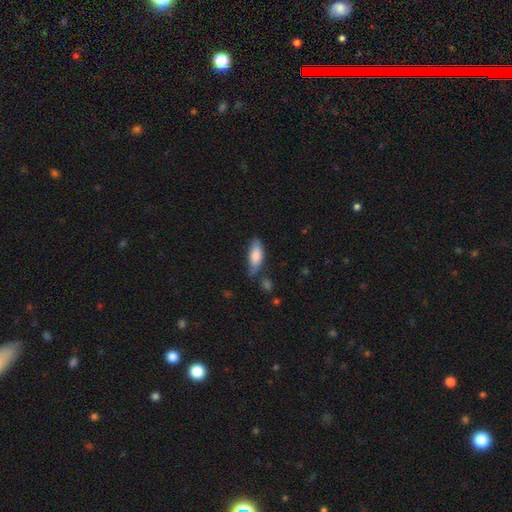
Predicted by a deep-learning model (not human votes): Morphology: type=smooth (79%); roundness=in between (72%); merging=none (60%).